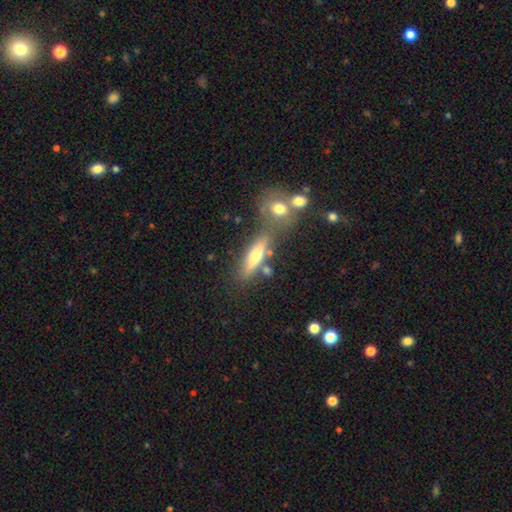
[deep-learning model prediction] smooth 52%, featured or disk 37%, star or artifact 11%. Down the decision tree: how rounded — cigar-shaped (68%); merging — none (62%).